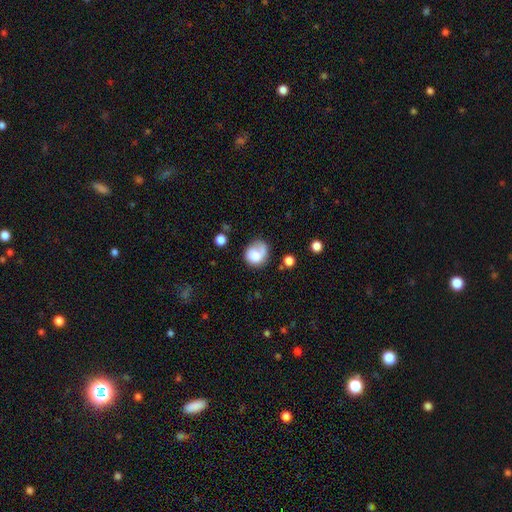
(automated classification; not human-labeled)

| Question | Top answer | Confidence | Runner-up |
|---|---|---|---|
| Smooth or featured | smooth | 68% | featured or disk (24%) |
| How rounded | round | 71% | in between (28%) |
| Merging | none | 49% | minor disturbance (23%) |